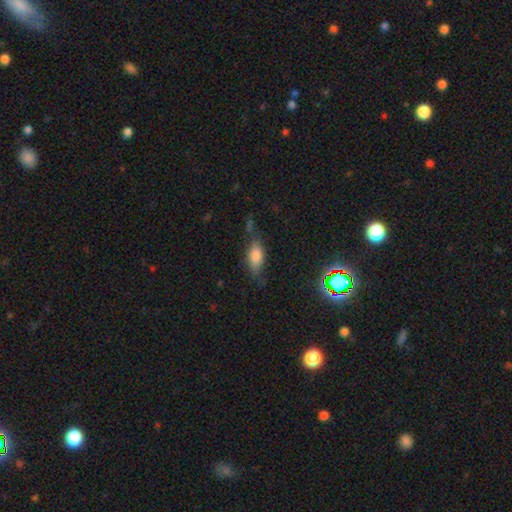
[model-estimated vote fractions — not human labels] smooth_or_featured: smooth (p=0.74) [alt: featured or disk p=0.16]
how_rounded: in between (p=0.80) [alt: cigar-shaped p=0.17]
merging: none (p=0.61) [alt: minor disturbance p=0.25]